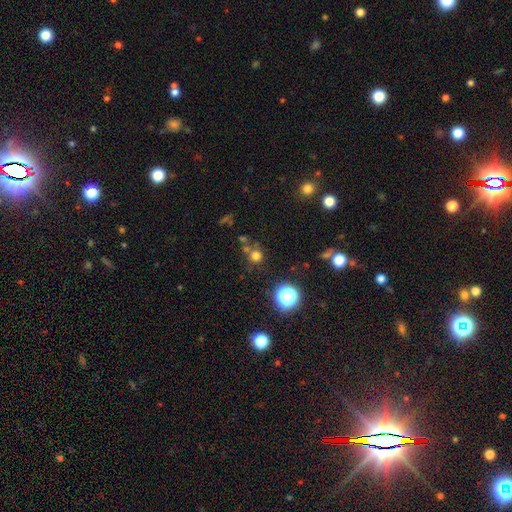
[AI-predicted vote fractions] Overall: smooth (68%). How rounded: round (90%). Merging: none (67%).